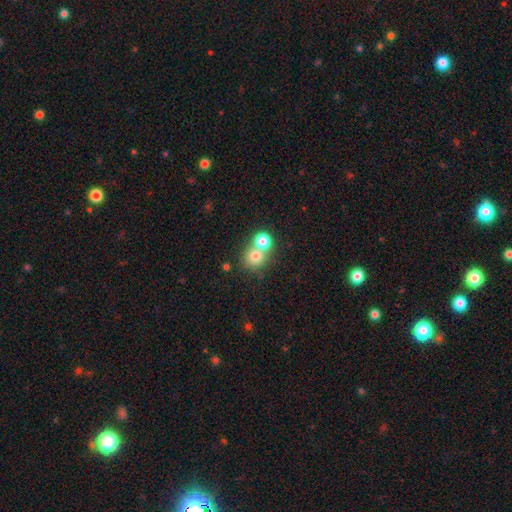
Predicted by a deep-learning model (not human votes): A smooth galaxy with no disk features (75%) that is round (83%). Merging: merger (55%).